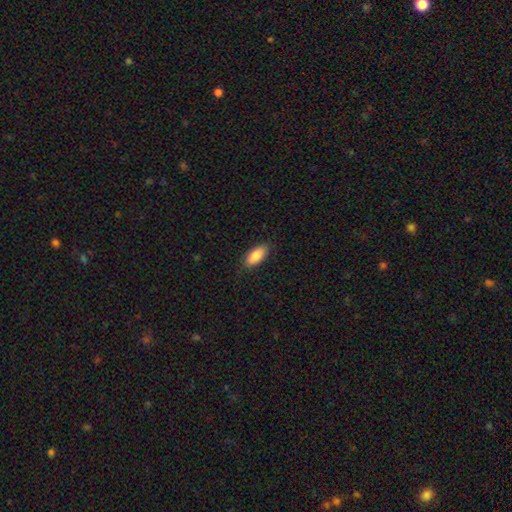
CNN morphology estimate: Smooth or featured: smooth — 87% (featured or disk — 7%)
How rounded: in between — 86% (cigar-shaped — 12%)
Merging: none — 86% (minor disturbance — 11%)